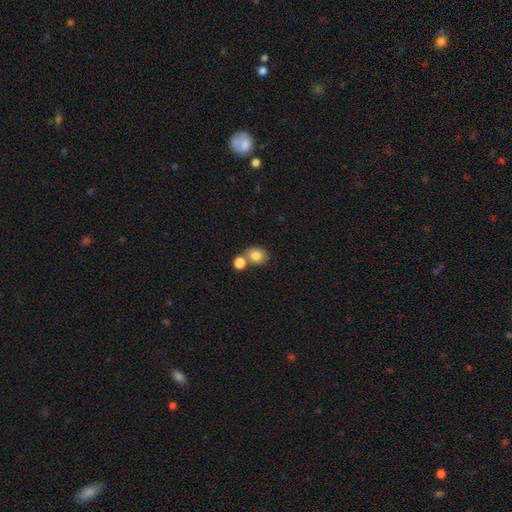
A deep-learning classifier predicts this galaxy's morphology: Q: Smooth or featured?
A: smooth (82%); runner-up: star or artifact (10%)
Q: How rounded?
A: round (59%); runner-up: in between (41%)
Q: Merging?
A: none (53%); runner-up: merger (34%)